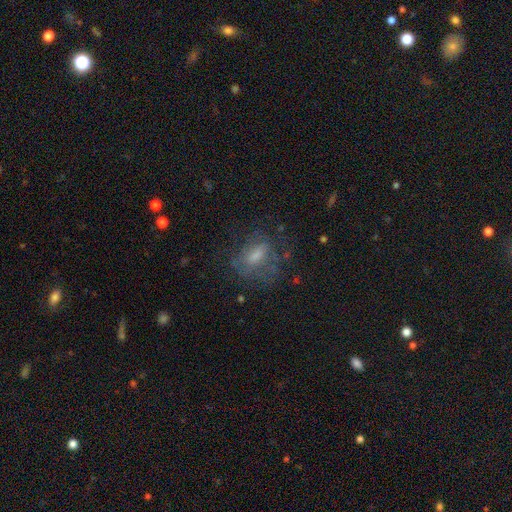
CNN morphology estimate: Smooth or featured: smooth — 51% (featured or disk — 37%)
How rounded: in between — 73% (round — 19%)
Merging: none — 54% (major disturbance — 22%)